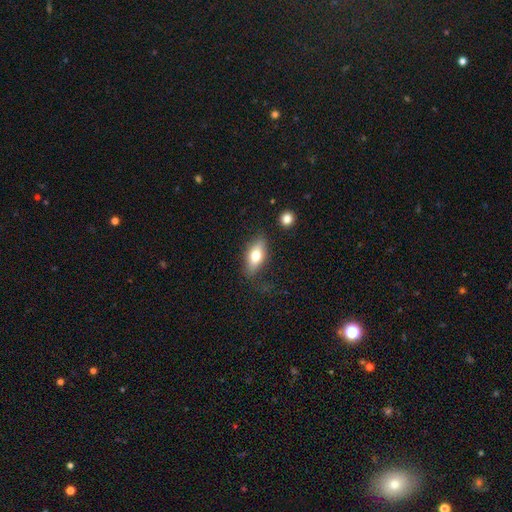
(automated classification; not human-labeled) Q: Smooth or featured?
A: smooth (69%); runner-up: featured or disk (24%)
Q: How rounded?
A: in between (83%); runner-up: cigar-shaped (12%)
Q: Merging?
A: none (73%); runner-up: minor disturbance (18%)